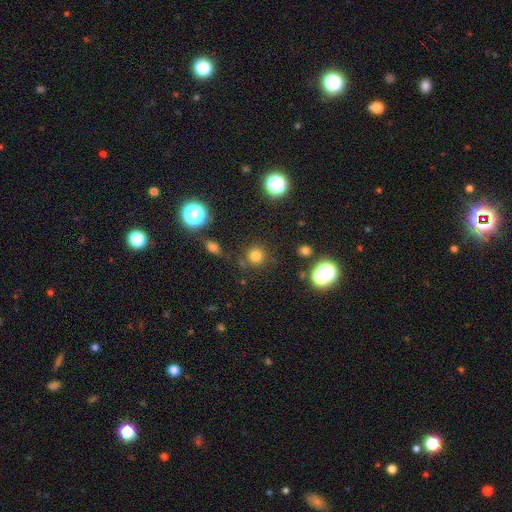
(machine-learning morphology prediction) The model was most divided on "smooth or featured": smooth: 73%, star or artifact: 21%, featured or disk: 7%. More confident: how rounded — round (91%); merging — none (80%).